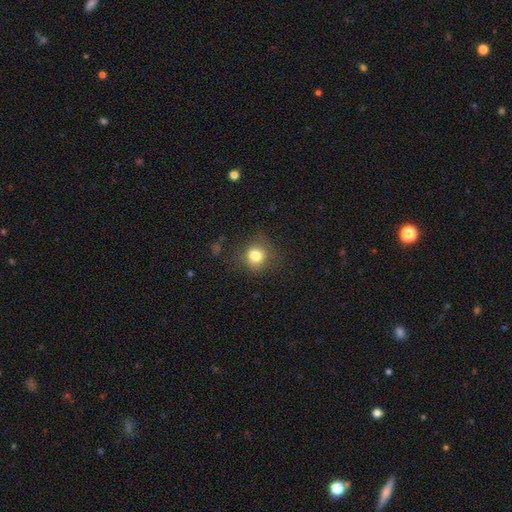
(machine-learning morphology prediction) Smooth or featured? smooth (79%)
How rounded? round (78%)
Merging? none (75%)